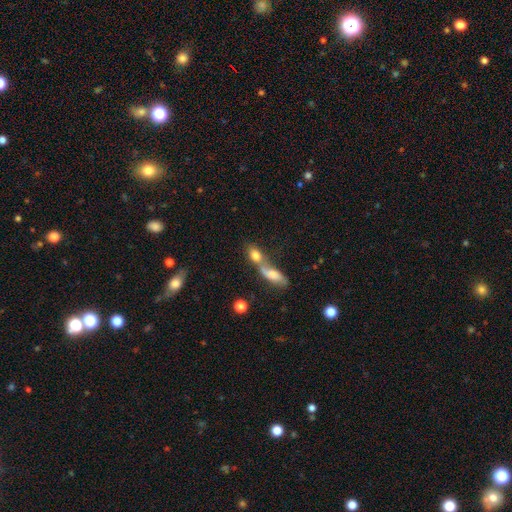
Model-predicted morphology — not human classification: type=smooth (73%); roundness=in between (70%); merging=merger (61%).